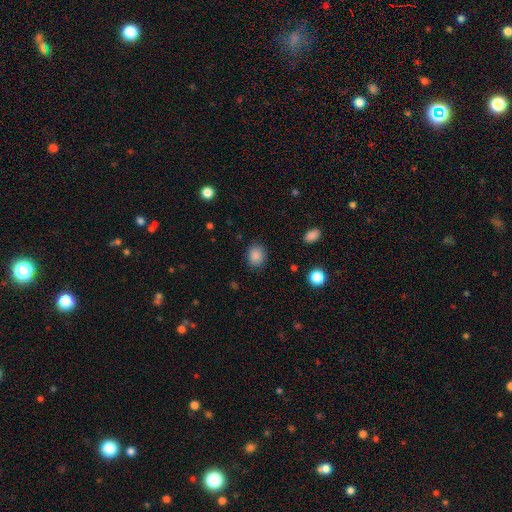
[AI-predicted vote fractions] smooth 87%, star or artifact 10%, featured or disk 4%. Down the decision tree: how rounded — round (61%); merging — none (86%).